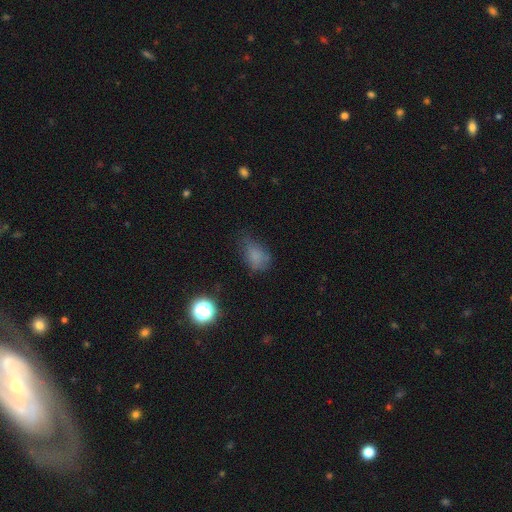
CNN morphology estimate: Smooth or featured: smooth — 73% (star or artifact — 16%)
How rounded: in between — 77% (round — 21%)
Merging: none — 44% (minor disturbance — 36%)